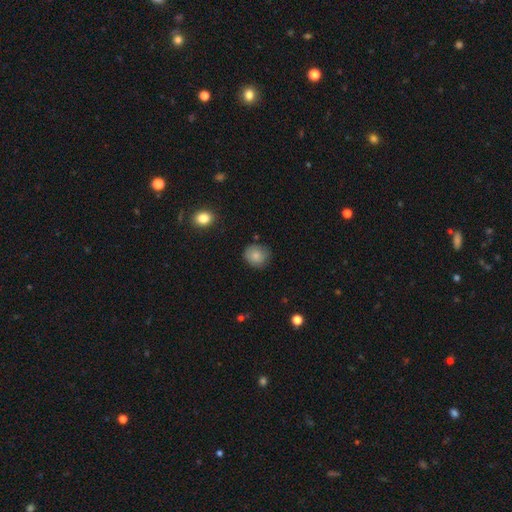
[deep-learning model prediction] This appears to be a smooth galaxy with no disk features (79%) that is round (81%). Merging: none (75%).